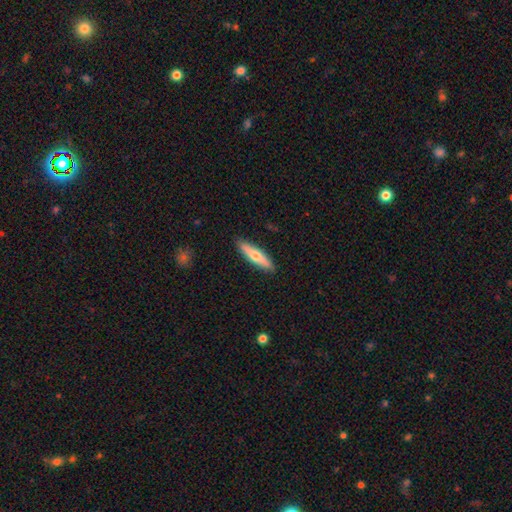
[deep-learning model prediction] Smooth or featured?
  - smooth: 58% *
  - featured or disk: 37%
  - star or artifact: 5%
How rounded?
  - cigar-shaped: 75% *
  - in between: 23%
  - round: 2%
Merging?
  - none: 89% *
  - minor disturbance: 8%
  - major disturbance: 2%
  - merger: 1%